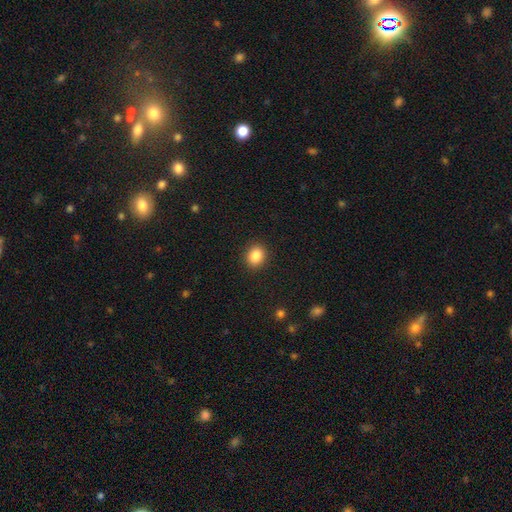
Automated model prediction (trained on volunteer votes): smooth-or-featured: smooth: 86% | star or artifact: 9% | featured or disk: 4%
  how-rounded: round: 62% | in between: 37% | cigar-shaped: 1%
  merging: none: 91% | minor disturbance: 6% | major disturbance: 2% | merger: 1%